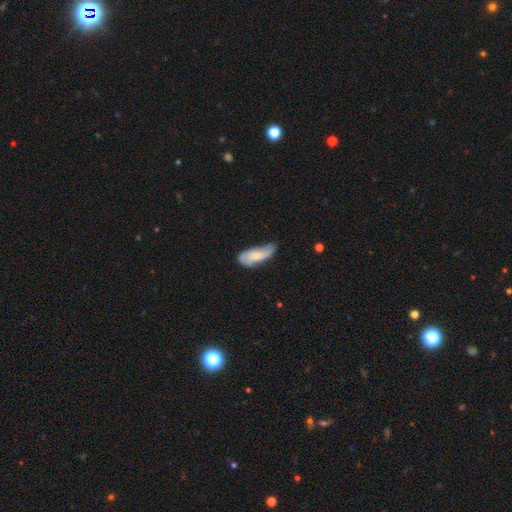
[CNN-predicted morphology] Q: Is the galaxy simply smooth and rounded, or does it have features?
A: smooth — 64%.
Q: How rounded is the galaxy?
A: in between — 74%.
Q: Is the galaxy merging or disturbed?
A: none — 43%.